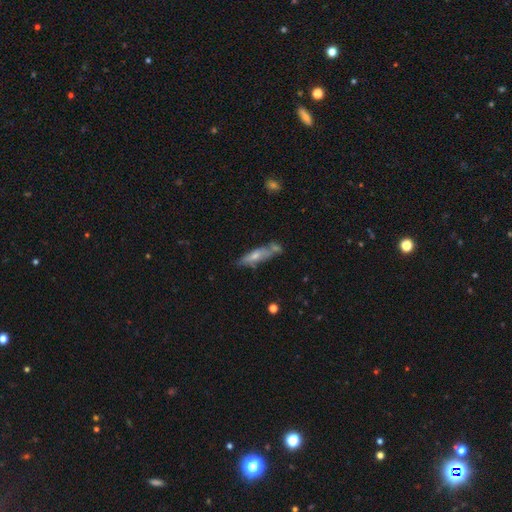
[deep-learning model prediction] Smooth or featured? smooth (55%)
How rounded? cigar-shaped (66%)
Merging? none (52%)